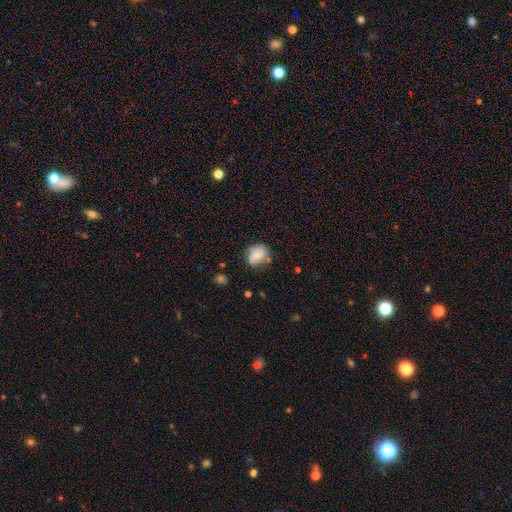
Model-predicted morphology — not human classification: Smooth or featured?
  - smooth: 62% *
  - featured or disk: 29%
  - star or artifact: 9%
How rounded?
  - round: 61% *
  - in between: 38%
  - cigar-shaped: 1%
Merging?
  - none: 65% *
  - minor disturbance: 25%
  - major disturbance: 7%
  - merger: 3%